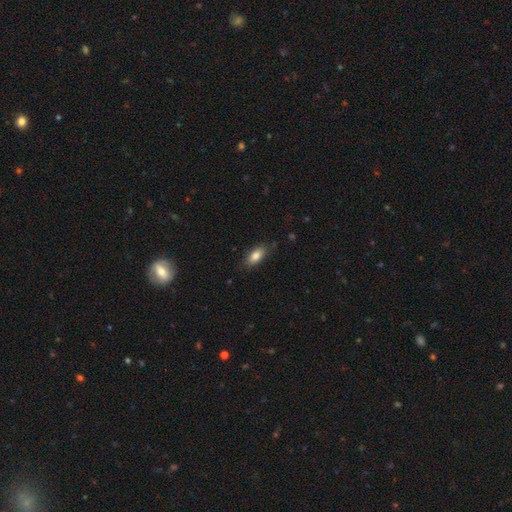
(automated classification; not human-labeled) Overall: smooth (82%). How rounded: in between (86%). Merging: none (81%).